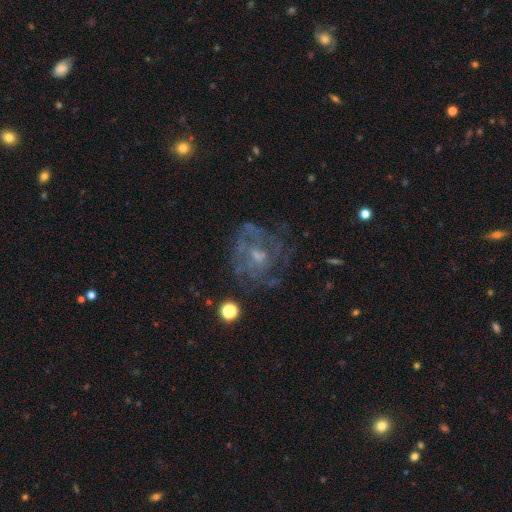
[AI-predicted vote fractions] smooth-or-featured: featured or disk: 67% | smooth: 18% | star or artifact: 15%
  disk-edge-on: no: 97% | yes: 3%
    bar: no: 70% | weak: 25% | strong: 4%
    has-spiral-arms: yes: 52% | no: 48%
    bulge-size: small: 48% | moderate: 35% | none: 14% | large: 2% | dominant: 1%
  merging: none: 60% | major disturbance: 19% | minor disturbance: 18% | merger: 3%